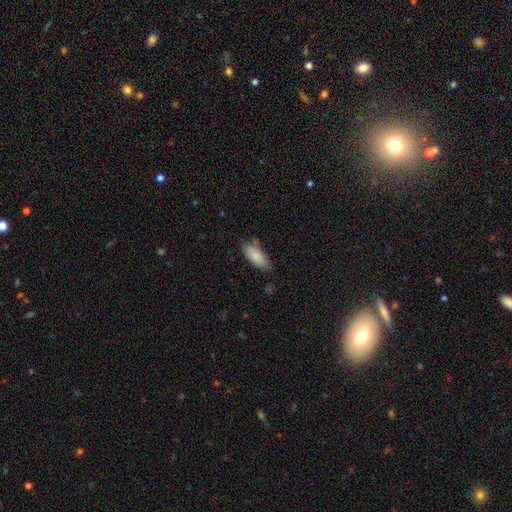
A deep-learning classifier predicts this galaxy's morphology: A smooth galaxy with no disk features (84%) that is in between round and cigar-shaped (83%).

Vote fractions:
- Smooth or featured? smooth: 84% / featured or disk: 10% / star or artifact: 6%
- How rounded? in between: 83% / cigar-shaped: 15% / round: 2%
- Merging? none: 68% / minor disturbance: 24% / major disturbance: 4% / merger: 4%